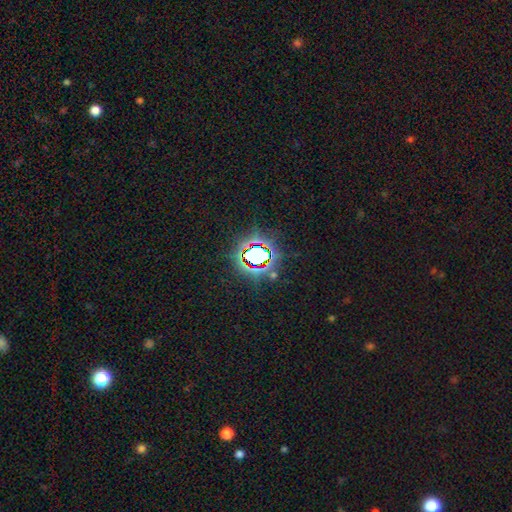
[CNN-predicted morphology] Smooth or featured?
  - star or artifact: 71% *
  - smooth: 18%
  - featured or disk: 11%